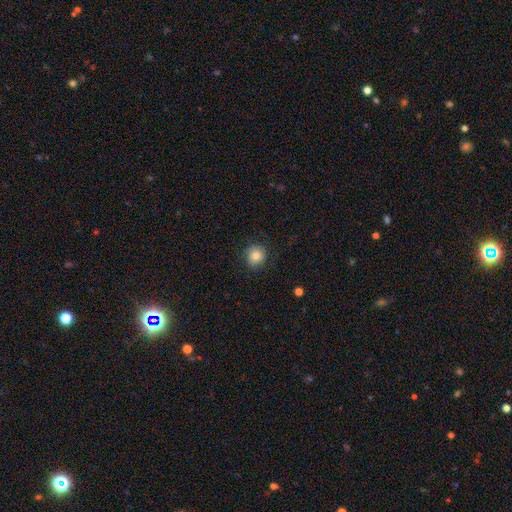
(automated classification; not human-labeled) smooth-or-featured: smooth: 82% | star or artifact: 10% | featured or disk: 8%
  how-rounded: round: 89% | in between: 10% | cigar-shaped: 1%
  merging: none: 84% | minor disturbance: 12% | major disturbance: 4% | merger: 1%